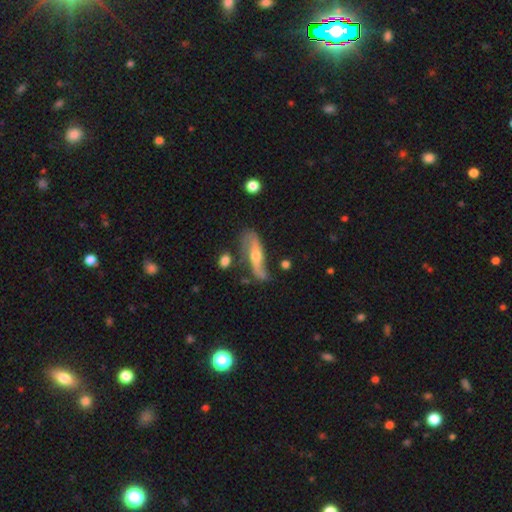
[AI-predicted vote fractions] smooth_or_featured: featured or disk (p=0.73) [alt: smooth p=0.21]
disk_edge_on: no (p=0.62) [alt: yes p=0.38]
merging: none (p=0.63) [alt: minor disturbance p=0.23]